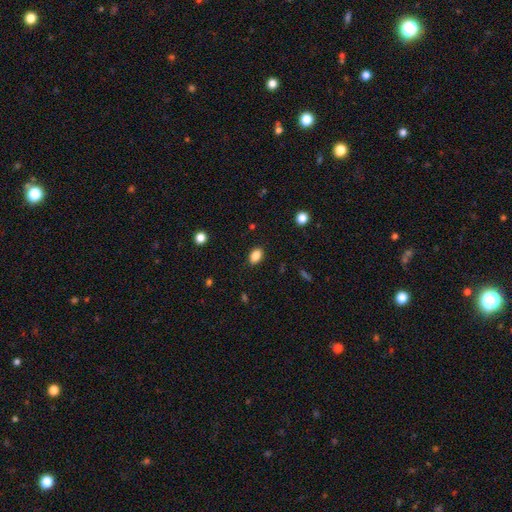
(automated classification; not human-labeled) smooth_or_featured: smooth (p=0.87) [alt: star or artifact p=0.09]
how_rounded: in between (p=0.86) [alt: round p=0.13]
merging: none (p=0.87) [alt: minor disturbance p=0.09]